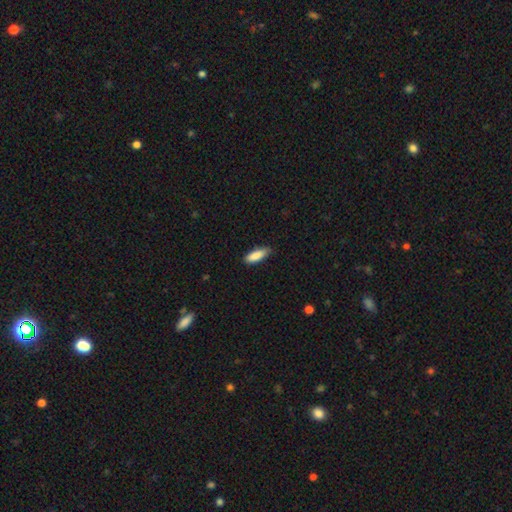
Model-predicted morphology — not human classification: Smooth or featured: smooth — 86% (featured or disk — 8%)
How rounded: in between — 60% (cigar-shaped — 39%)
Merging: none — 80% (minor disturbance — 17%)